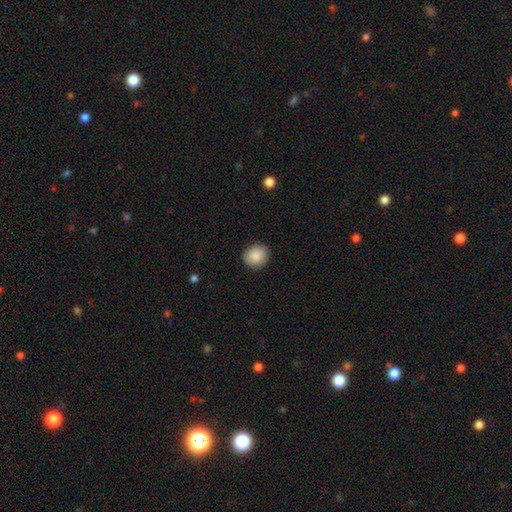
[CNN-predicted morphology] A smooth galaxy with no disk features (88%) that is round (73%). Merging: none (89%).